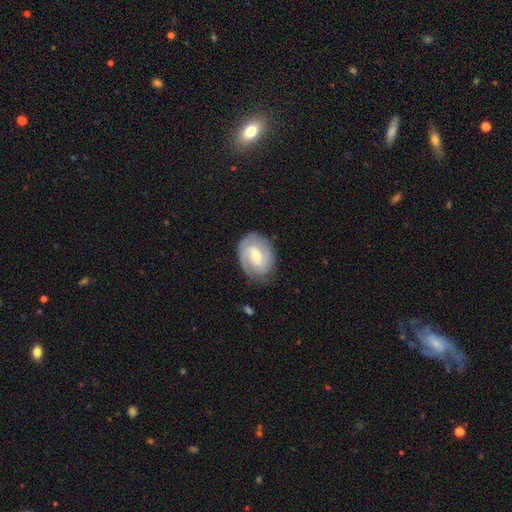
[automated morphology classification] The model was most divided on "bulge size": moderate: 48%, small: 47%, large: 2%, none: 1%, dominant: 1%. Remaining: edge-on disk — no (97%); spiral arms — yes (96%); smooth or featured — featured or disk (82%); merging — none (78%); spiral arm count — 2 (64%); bar — weak (52%); spiral winding — tight (50%).